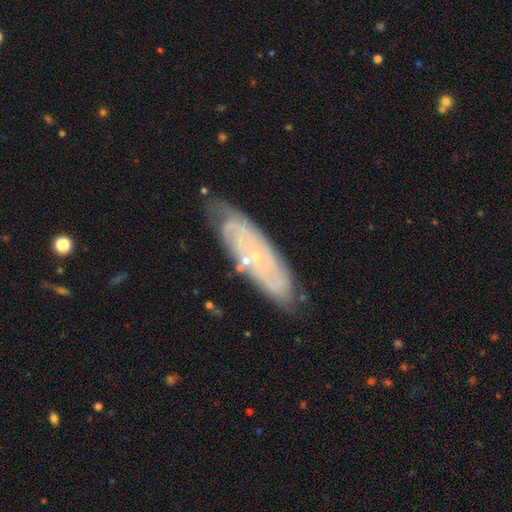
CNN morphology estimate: Smooth or featured? Predicted: featured or disk (p=0.74). Edge-on disk? Predicted: no (p=0.80). Bar? Predicted: no (p=0.74). Spiral arms? Predicted: yes (p=0.84). Bulge size? Predicted: small (p=0.84). Merging? Predicted: none (p=0.74).